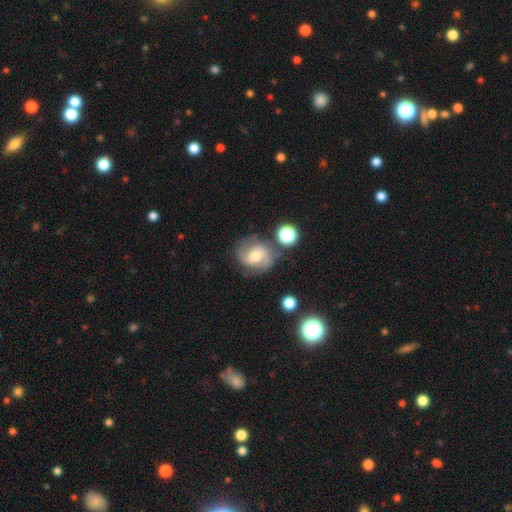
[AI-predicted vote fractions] This is likely a featured or disk galaxy (63%). It is clearly not viewed edge-on (97%). Bar: possibly weak (48%). Spiral arm pattern: clearly yes (87%). Spiral arm count: clearly 2 (81%). Spiral winding: possibly medium (47%). Central bulge: likely moderate (64%). Merging: likely none (66%).